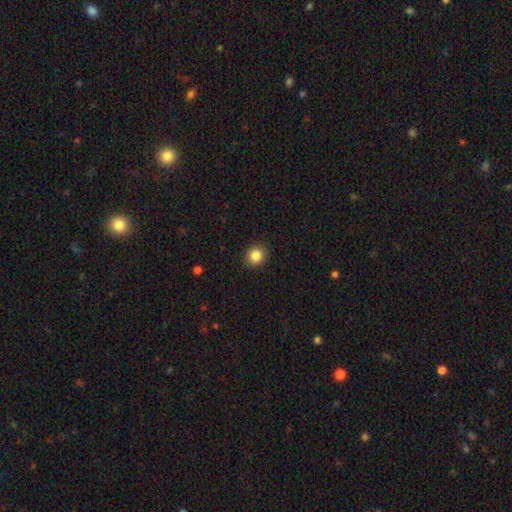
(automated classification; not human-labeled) smooth-or-featured: smooth: 85% | star or artifact: 10% | featured or disk: 5%
  how-rounded: round: 80% | in between: 19% | cigar-shaped: 1%
  merging: none: 91% | minor disturbance: 6% | major disturbance: 2% | merger: 1%